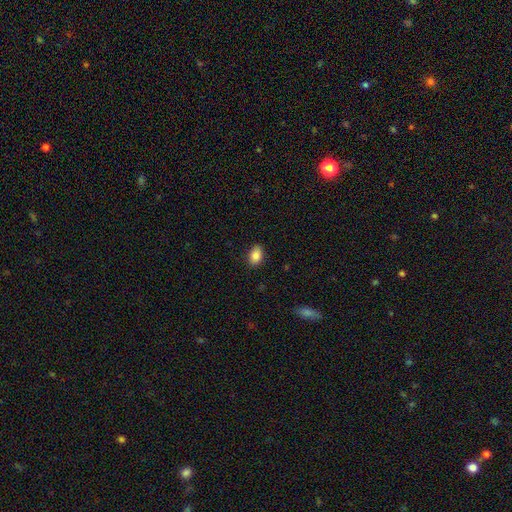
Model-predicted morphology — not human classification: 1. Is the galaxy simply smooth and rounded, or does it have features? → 86% smooth, 8% star or artifact, 5% featured or disk.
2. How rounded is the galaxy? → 83% in between, 15% round, 1% cigar-shaped.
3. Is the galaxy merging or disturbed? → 88% none, 9% minor disturbance, 2% major disturbance, 1% merger.